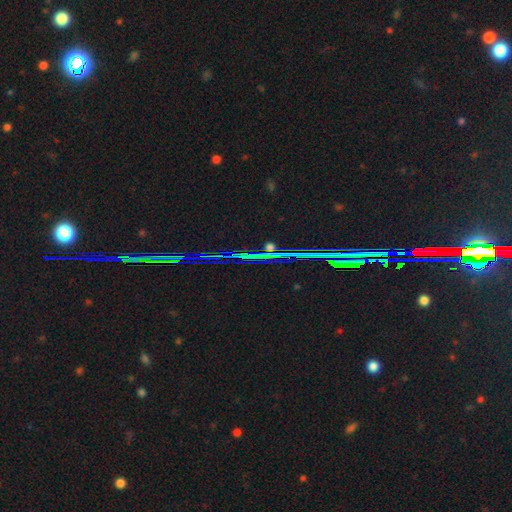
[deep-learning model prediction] Morphology: type=star or artifact (87%).